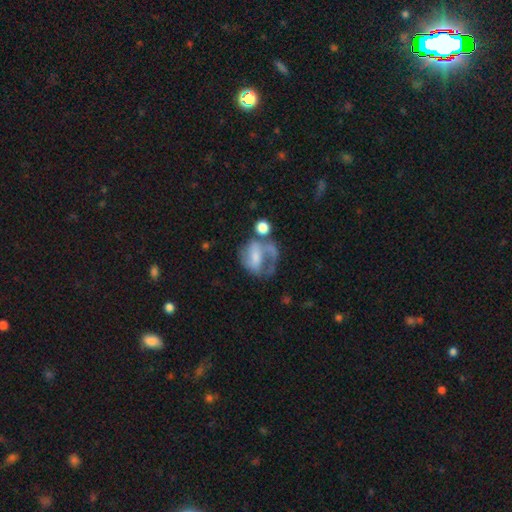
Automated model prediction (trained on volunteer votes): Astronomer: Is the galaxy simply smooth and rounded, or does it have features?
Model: featured or disk — 60%.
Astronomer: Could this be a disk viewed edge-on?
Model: no — 97%.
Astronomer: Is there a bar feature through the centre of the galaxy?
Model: weak — 40% (runner-up: no, 33%).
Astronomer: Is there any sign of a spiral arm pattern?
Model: yes — 67%.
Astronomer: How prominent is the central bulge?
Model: small — 35% (runner-up: moderate, 31%).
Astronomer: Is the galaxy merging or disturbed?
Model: major disturbance — 34% (runner-up: none, 31%).